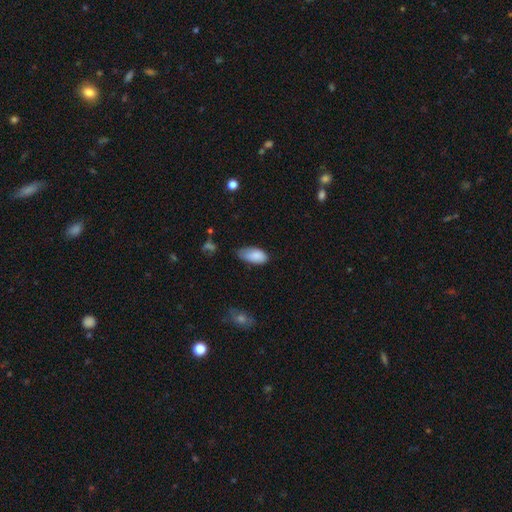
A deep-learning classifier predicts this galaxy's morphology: This appears to be a smooth galaxy with no disk features (86%) that is in between round and cigar-shaped (93%). Merging: none (49%).